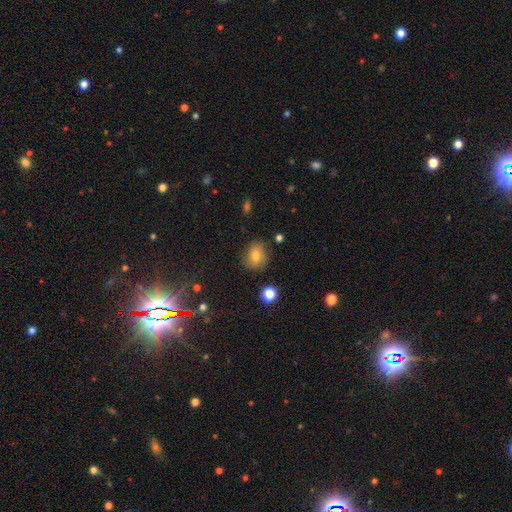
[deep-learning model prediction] Morphology: type=smooth (71%); roundness=round (63%); merging=none (79%).